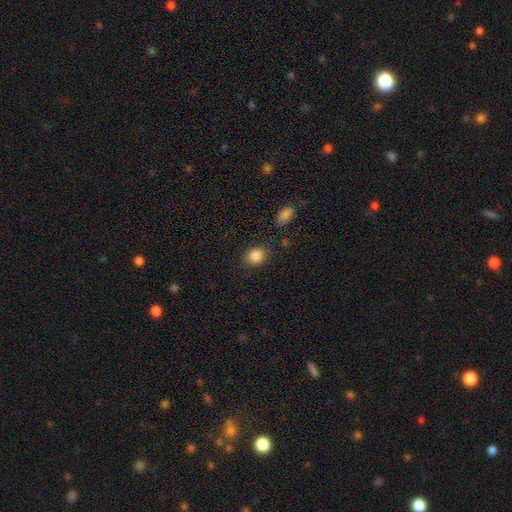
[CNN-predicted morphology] smooth_or_featured: smooth (p=0.86) [alt: star or artifact p=0.10]
how_rounded: round (p=0.59) [alt: in between p=0.40]
merging: none (p=0.82) [alt: minor disturbance p=0.11]